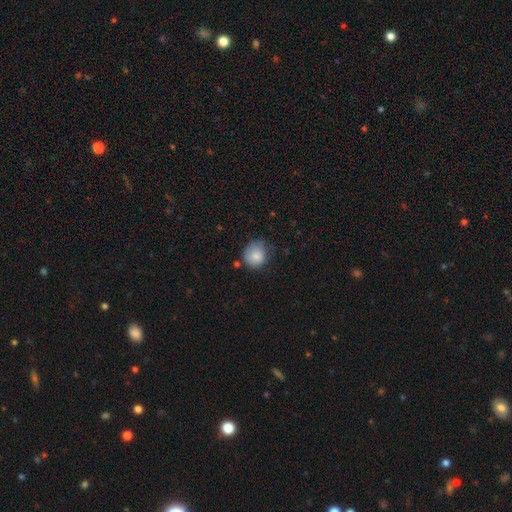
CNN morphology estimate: This appears to be a smooth galaxy with no disk features (84%) that is round (83%). Merging: none (60%).